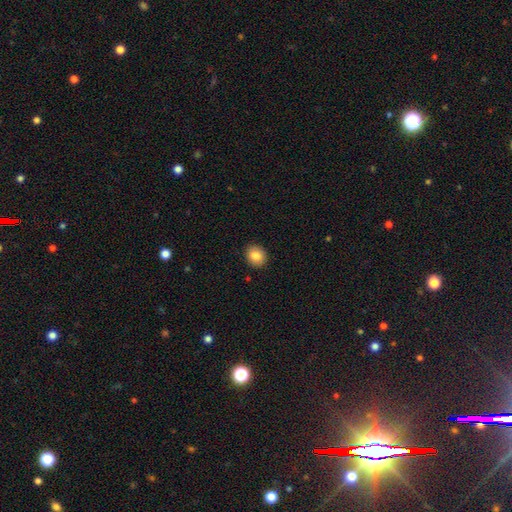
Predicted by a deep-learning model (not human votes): Smooth or featured? Predicted: smooth (p=0.85). How rounded? Predicted: round (p=0.67). Merging? Predicted: none (p=0.90).